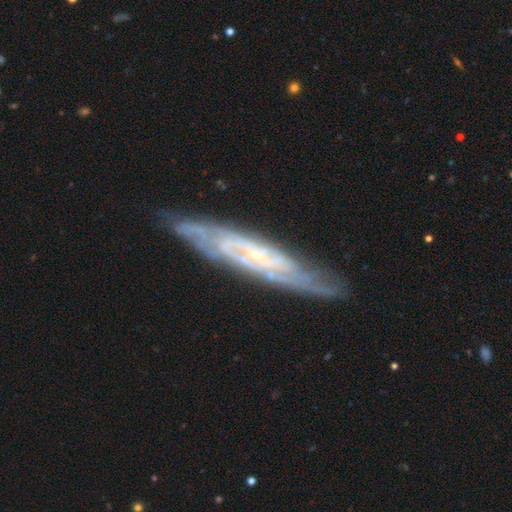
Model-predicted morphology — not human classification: This is clearly a featured or disk galaxy (83%). It is likely not viewed edge-on (60%). Merging: likely none (77%).